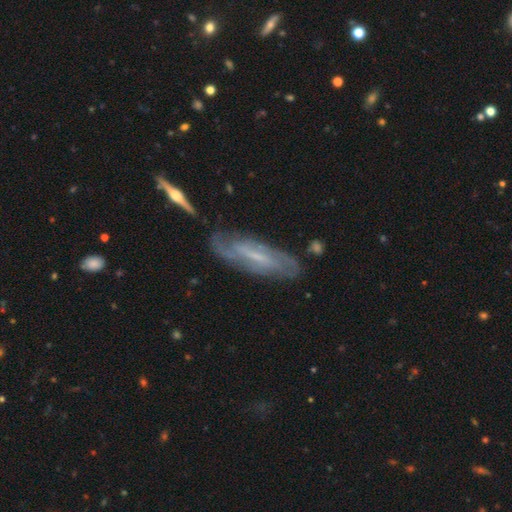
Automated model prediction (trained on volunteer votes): Smooth or featured? Predicted: featured or disk (p=0.77). Edge-on disk? Predicted: no (p=0.79). Bar? Predicted: weak (p=0.47). Spiral arms? Predicted: yes (p=0.89). Spiral winding? Predicted: tight (p=0.45). Spiral arm count? Predicted: 2 (p=0.53). Bulge size? Predicted: small (p=0.62). Merging? Predicted: none (p=0.73).